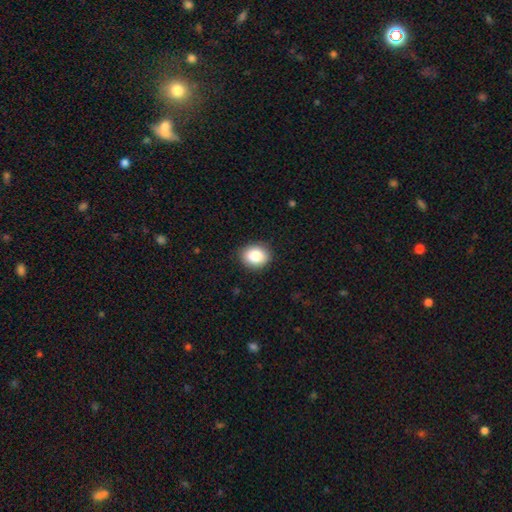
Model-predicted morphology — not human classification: Q: Smooth or featured?
A: smooth (87%); runner-up: star or artifact (8%)
Q: How rounded?
A: round (56%); runner-up: in between (43%)
Q: Merging?
A: none (88%); runner-up: minor disturbance (9%)